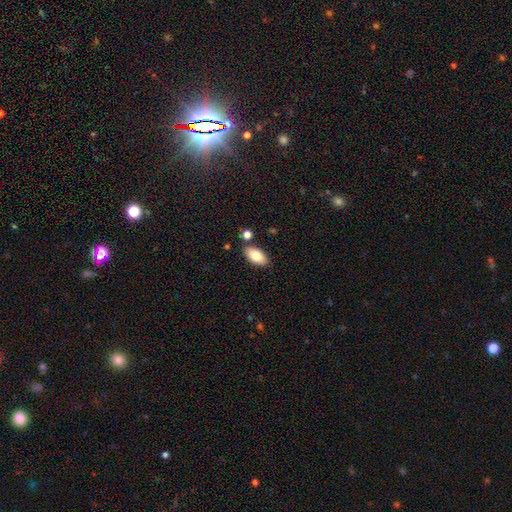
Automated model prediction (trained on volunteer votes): This appears to be a smooth galaxy with no disk features (81%) that is in between round and cigar-shaped (93%). Merging: none (83%).